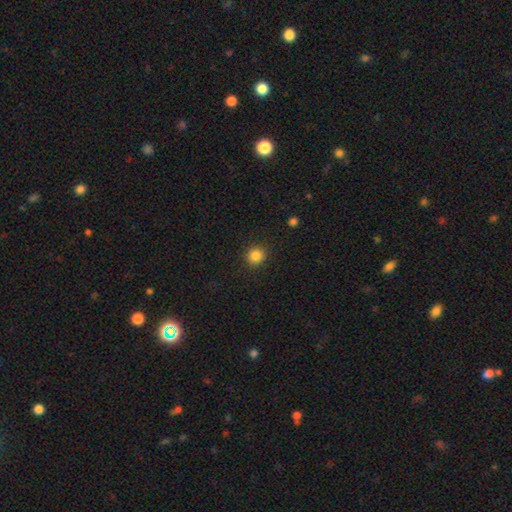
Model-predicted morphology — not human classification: Smooth or featured? Predicted: smooth (p=0.84). How rounded? Predicted: round (p=0.91). Merging? Predicted: none (p=0.91).